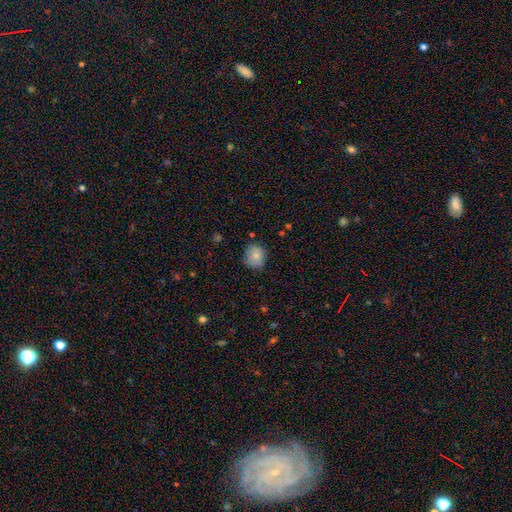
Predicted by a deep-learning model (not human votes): Smooth or featured? smooth (80%)
How rounded? round (78%)
Merging? none (74%)